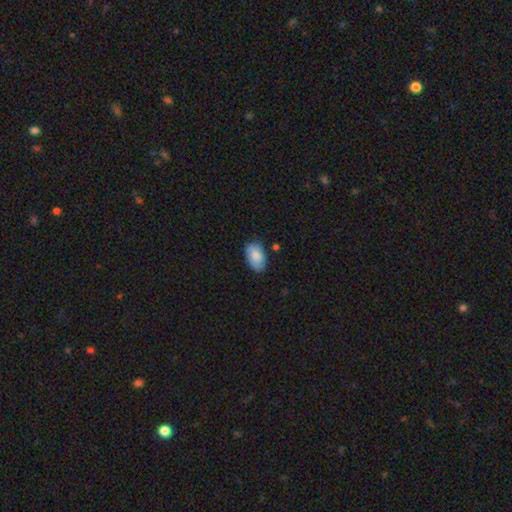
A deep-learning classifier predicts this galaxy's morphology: smooth_or_featured: smooth (p=0.78) [alt: featured or disk p=0.16]
how_rounded: in between (p=0.91) [alt: round p=0.08]
merging: none (p=0.75) [alt: minor disturbance p=0.20]